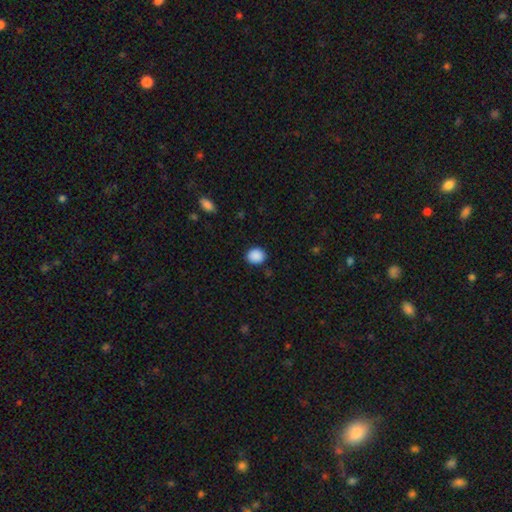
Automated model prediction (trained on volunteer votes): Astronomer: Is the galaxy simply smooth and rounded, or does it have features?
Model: smooth — 89%.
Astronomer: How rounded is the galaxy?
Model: round — 66%.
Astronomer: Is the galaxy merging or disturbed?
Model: none — 87%.